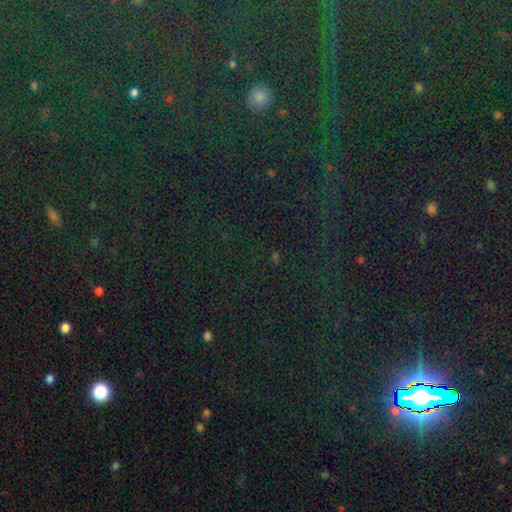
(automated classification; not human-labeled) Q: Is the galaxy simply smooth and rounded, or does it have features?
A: star or artifact — 82%.